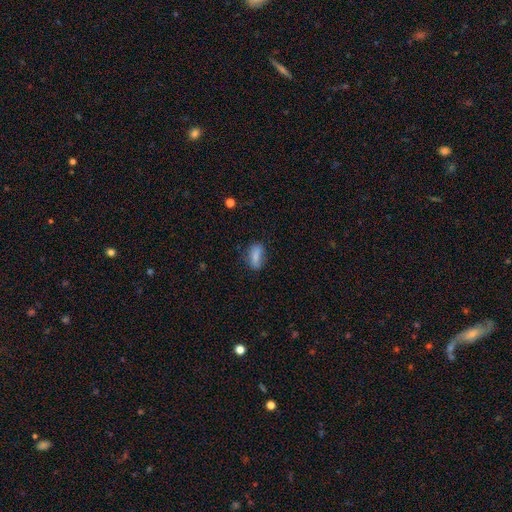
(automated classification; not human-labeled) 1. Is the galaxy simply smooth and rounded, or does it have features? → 81% smooth, 10% featured or disk, 9% star or artifact.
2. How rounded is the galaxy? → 79% in between, 16% cigar-shaped, 5% round.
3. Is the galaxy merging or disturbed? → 64% none, 25% minor disturbance, 8% major disturbance, 3% merger.